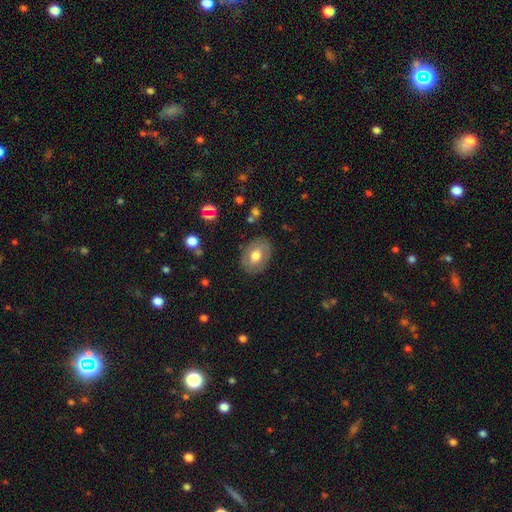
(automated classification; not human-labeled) smooth_or_featured: smooth (p=0.57) [alt: featured or disk p=0.35]
how_rounded: in between (p=0.72) [alt: round p=0.27]
merging: none (p=0.82) [alt: minor disturbance p=0.13]